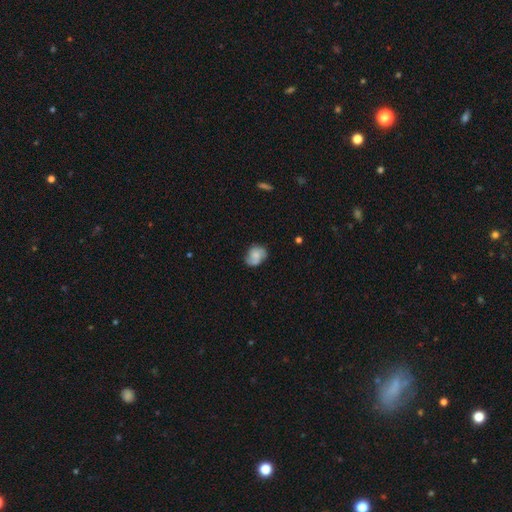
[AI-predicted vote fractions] Smooth or featured: featured or disk — 46% (tied with smooth — 46%)
Merging: none — 67% (minor disturbance — 24%)